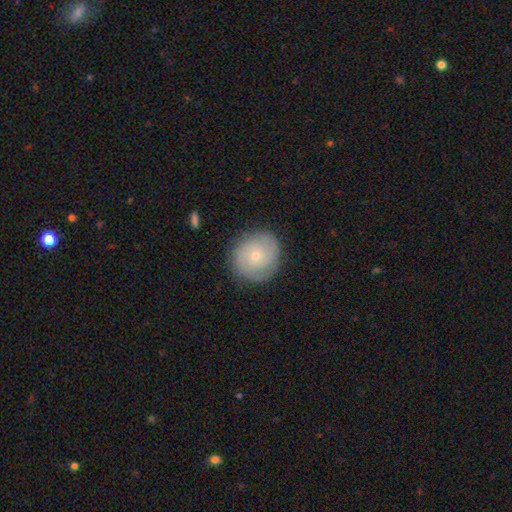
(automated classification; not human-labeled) Smooth or featured?
  - featured or disk: 47% *
  - smooth: 46%
  - star or artifact: 7%
Merging?
  - none: 84% *
  - minor disturbance: 12%
  - major disturbance: 3%
  - merger: 1%